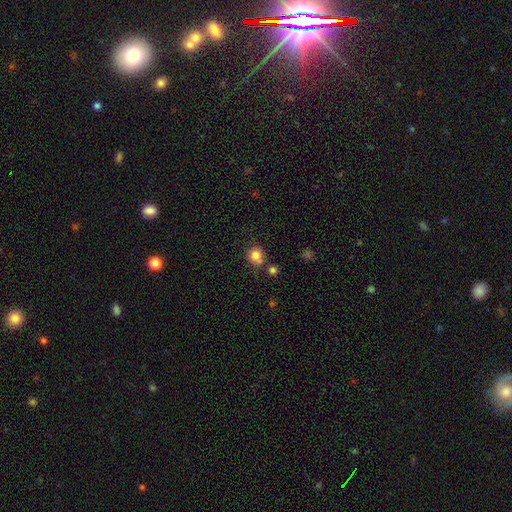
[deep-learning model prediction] Smooth or featured? smooth (82%)
How rounded? round (83%)
Merging? none (67%)